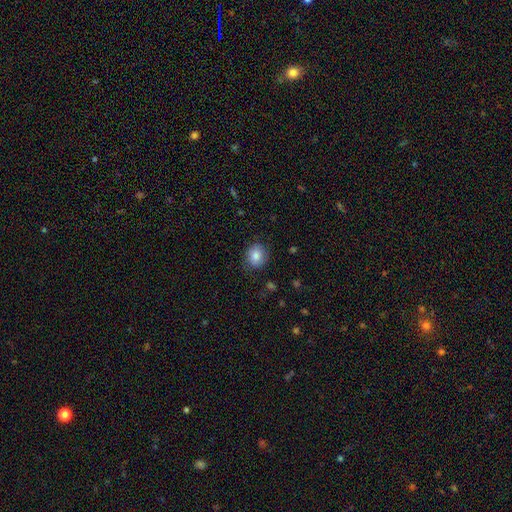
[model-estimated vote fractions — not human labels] Smooth or featured? smooth (80%)
How rounded? round (72%)
Merging? none (79%)